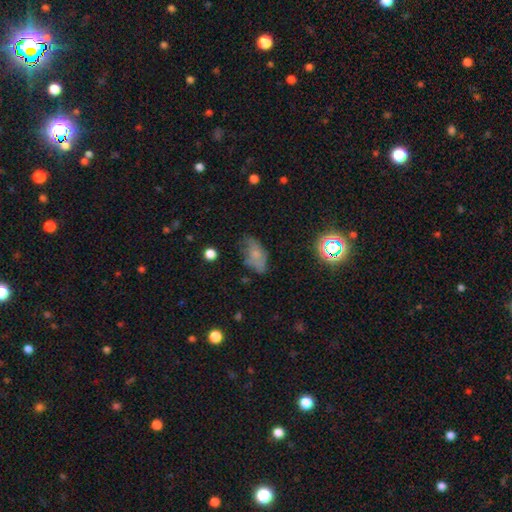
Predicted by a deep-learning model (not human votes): The model was most divided on "merging": none: 47%, minor disturbance: 34%, major disturbance: 16%, merger: 3%. More confident: how rounded — in between (89%); smooth or featured — smooth (61%).